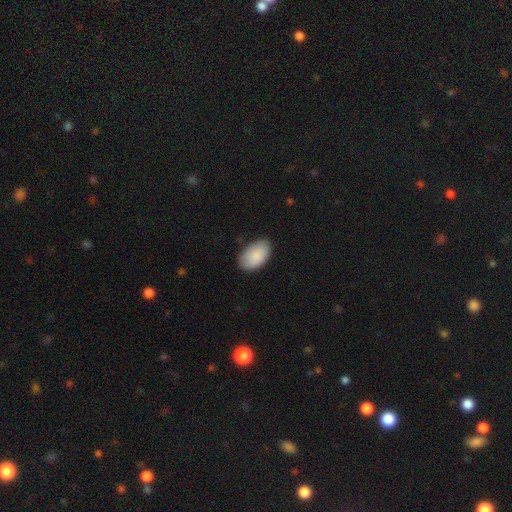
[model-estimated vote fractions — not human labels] This appears to be a smooth galaxy with no disk features (87%) that is in between round and cigar-shaped (93%). Merging: none (79%).